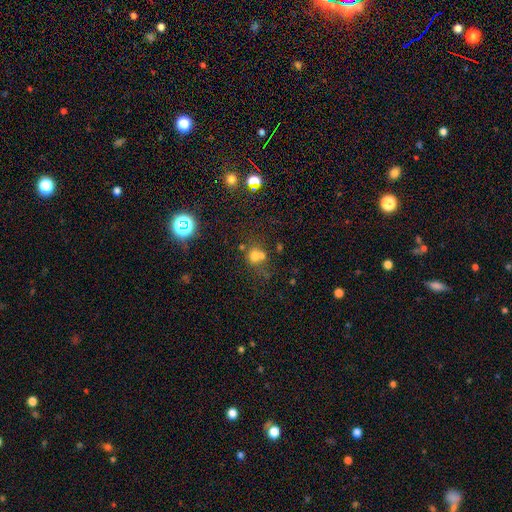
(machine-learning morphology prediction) smooth 62%, star or artifact 22%, featured or disk 17%. Down the decision tree: how rounded — round (80%); merging — merger (47%).